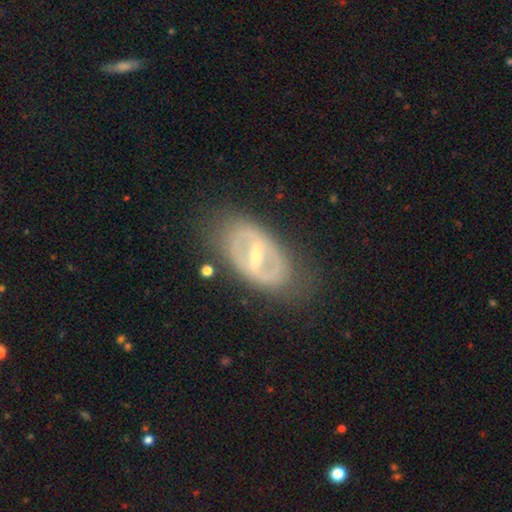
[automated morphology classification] smooth-or-featured: featured or disk: 74% | smooth: 19% | star or artifact: 7%
  disk-edge-on: no: 89% | yes: 11%
    bar: strong: 69% | weak: 23% | no: 7%
    has-spiral-arms: no: 72% | yes: 28%
    bulge-size: small: 47% | moderate: 45% | large: 4% | none: 3% | dominant: 1%
  merging: none: 73% | minor disturbance: 17% | major disturbance: 9% | merger: 2%